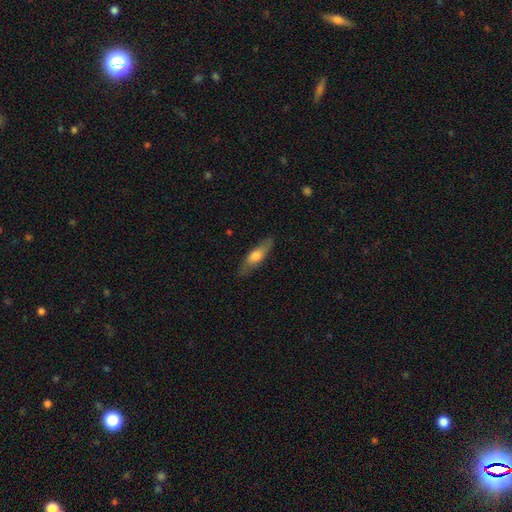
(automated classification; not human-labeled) Smooth or featured: smooth — 55% (featured or disk — 39%)
How rounded: cigar-shaped — 59% (in between — 39%)
Merging: none — 81% (minor disturbance — 14%)